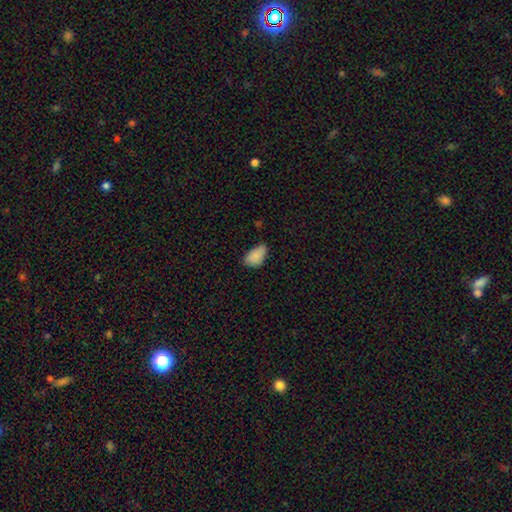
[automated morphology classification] Smooth or featured? smooth (86%)
How rounded? in between (92%)
Merging? none (53%)